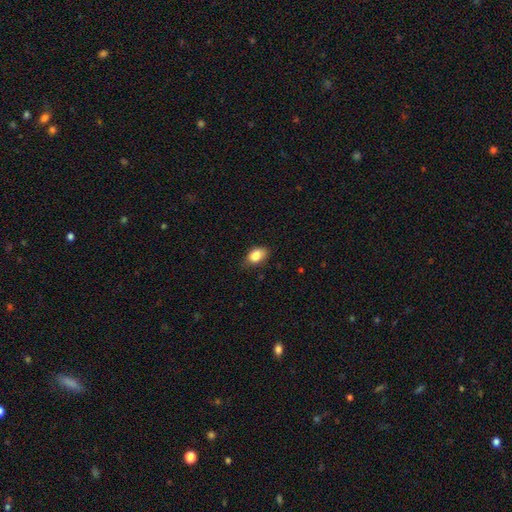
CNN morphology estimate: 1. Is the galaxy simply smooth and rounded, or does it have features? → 85% smooth, 8% star or artifact, 7% featured or disk.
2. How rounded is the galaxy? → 87% in between, 11% round, 2% cigar-shaped.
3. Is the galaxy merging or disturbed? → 72% none, 23% minor disturbance, 4% major disturbance, 1% merger.